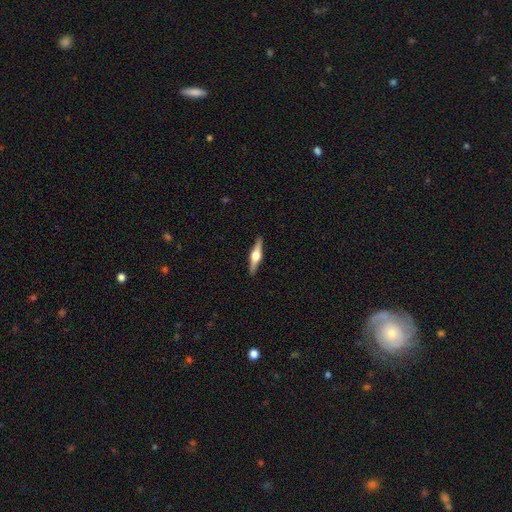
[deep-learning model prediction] The model was most divided on "smooth or featured": featured or disk: 72%, smooth: 22%, star or artifact: 5%. More confident: edge-on disk — yes (98%); edge-on bulge — rounded (94%); merging — none (91%).